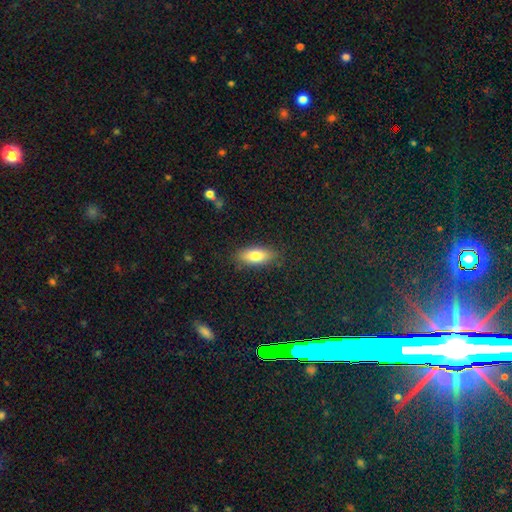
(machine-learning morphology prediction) Smooth or featured: smooth — 77% (featured or disk — 15%)
How rounded: in between — 78% (cigar-shaped — 19%)
Merging: none — 85% (minor disturbance — 11%)